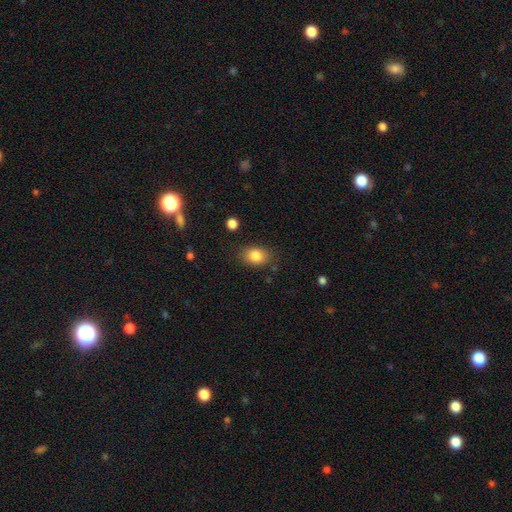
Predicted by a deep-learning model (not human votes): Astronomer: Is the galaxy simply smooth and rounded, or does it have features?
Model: smooth — 84%.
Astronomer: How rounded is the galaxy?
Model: in between — 70%.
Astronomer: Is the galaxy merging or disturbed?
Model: none — 80%.